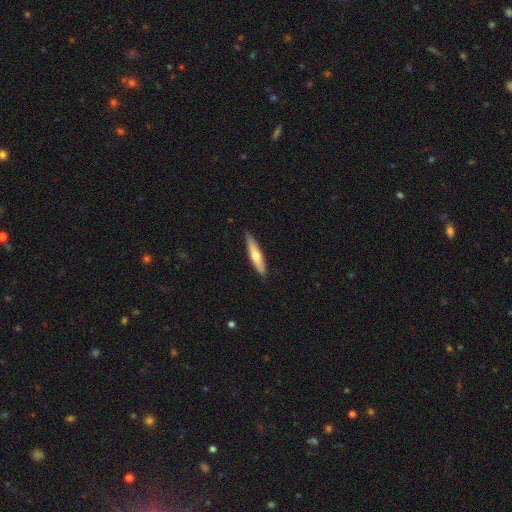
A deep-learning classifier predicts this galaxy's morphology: Q: Smooth or featured?
A: smooth (55%); runner-up: featured or disk (40%)
Q: How rounded?
A: cigar-shaped (84%); runner-up: in between (14%)
Q: Merging?
A: none (88%); runner-up: minor disturbance (10%)